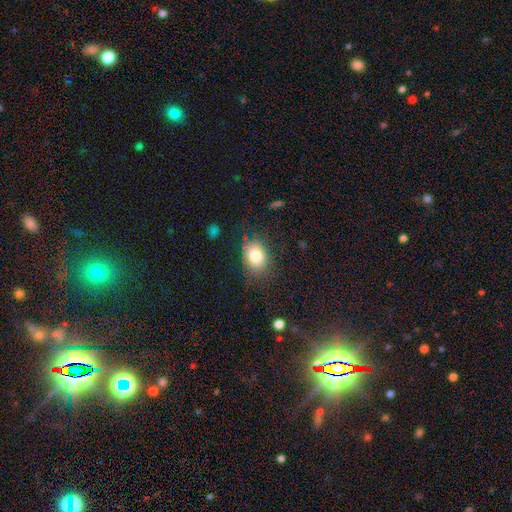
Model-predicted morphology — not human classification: This is clearly a smooth galaxy (80%). How rounded: likely in between (64%). Merging: likely none (76%).